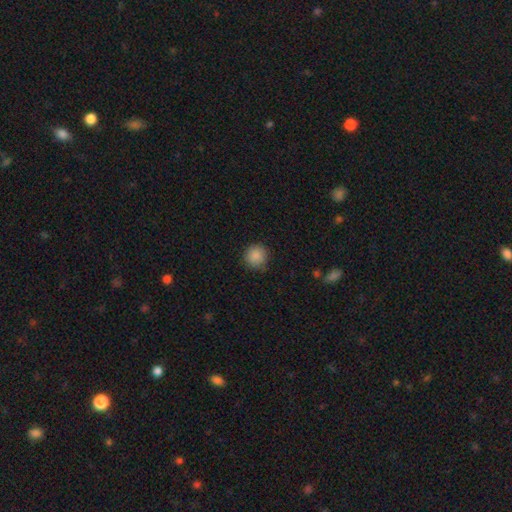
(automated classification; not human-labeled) smooth-or-featured: smooth: 88% | star or artifact: 9% | featured or disk: 3%
  how-rounded: round: 94% | in between: 5% | cigar-shaped: 1%
  merging: none: 87% | minor disturbance: 10% | major disturbance: 2% | merger: 1%